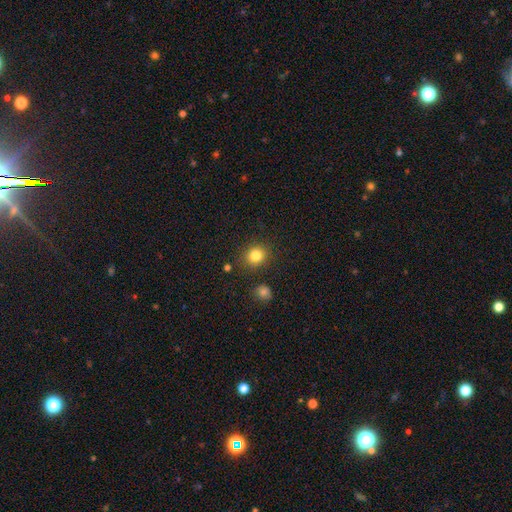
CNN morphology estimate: smooth 83%, star or artifact 12%, featured or disk 6%. Down the decision tree: how rounded — round (82%); merging — none (86%).